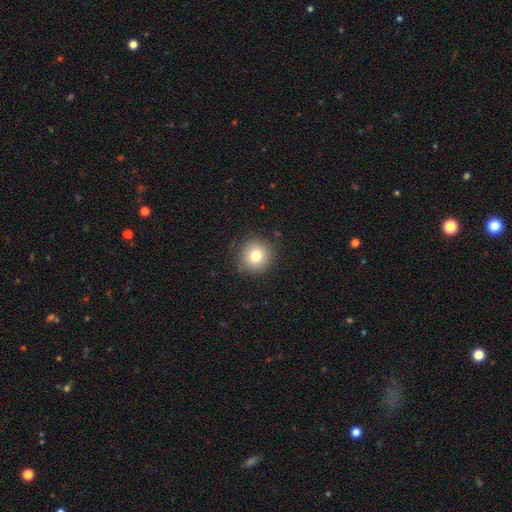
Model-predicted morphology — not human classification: smooth_or_featured: smooth (p=0.79) [alt: star or artifact p=0.11]
how_rounded: round (p=0.94) [alt: in between p=0.05]
merging: none (p=0.87) [alt: minor disturbance p=0.09]